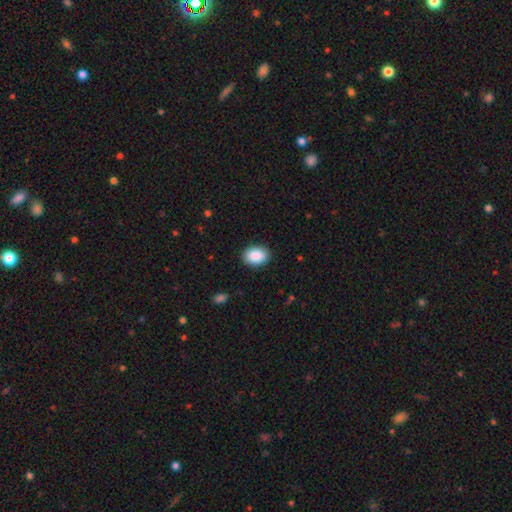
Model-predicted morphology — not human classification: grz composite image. It shows a smooth galaxy with no disk features (90%) that is in between round and cigar-shaped (77%). Merging: none (89%).